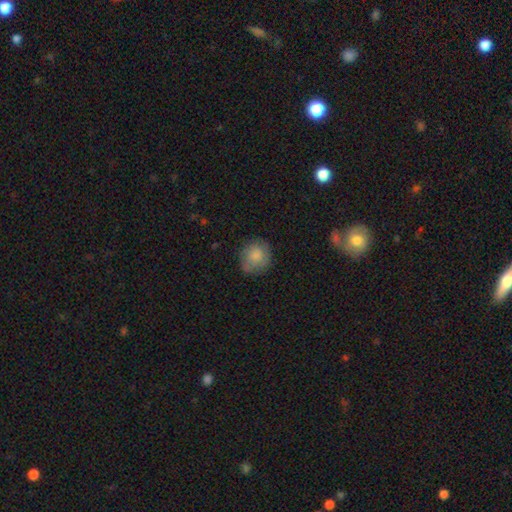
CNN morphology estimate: smooth_or_featured: smooth (p=0.76) [alt: featured or disk p=0.17]
how_rounded: round (p=0.84) [alt: in between p=0.15]
merging: none (p=0.77) [alt: minor disturbance p=0.17]